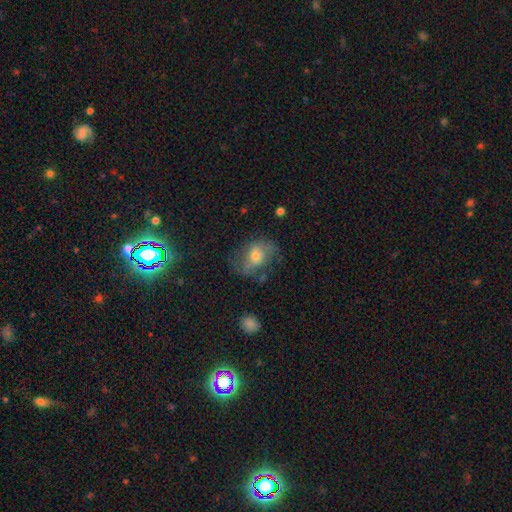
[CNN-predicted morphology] featured or disk 48%, smooth 39%, star or artifact 12%. Down the decision tree: merging — none (56%).